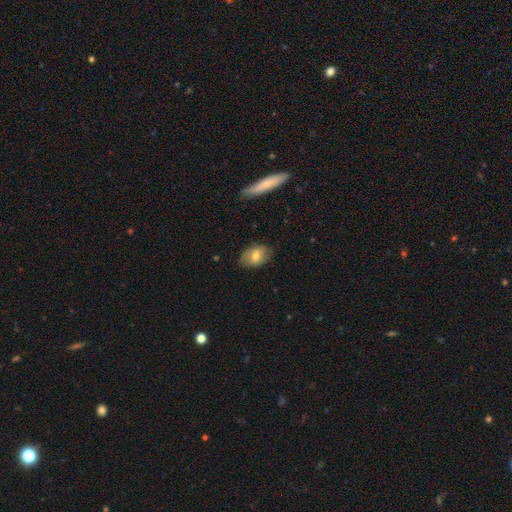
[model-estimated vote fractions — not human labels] This is likely a smooth galaxy (64%). How rounded: clearly in between (83%). Merging: likely none (78%).